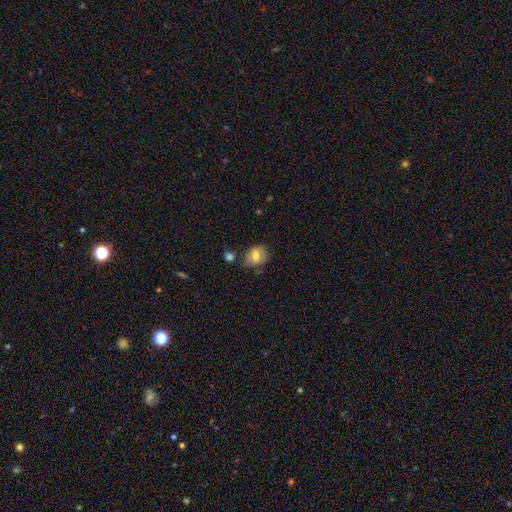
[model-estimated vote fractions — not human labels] A smooth galaxy with no disk features (66%) that is round (52%).

Vote fractions:
- Smooth or featured? smooth: 66% / featured or disk: 25% / star or artifact: 9%
- How rounded? round: 52% / in between: 47% / cigar-shaped: 1%
- Merging? none: 61% / minor disturbance: 25% / merger: 7% / major disturbance: 7%